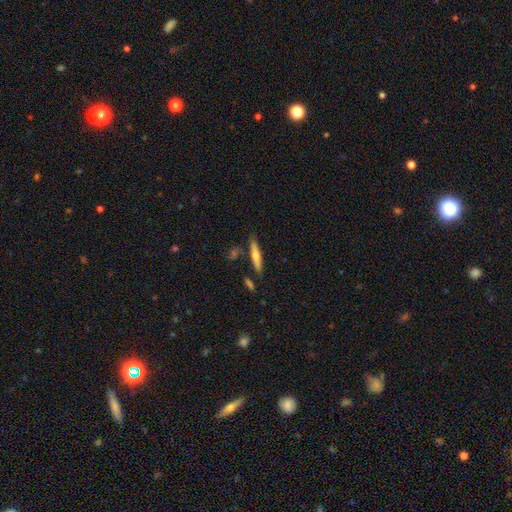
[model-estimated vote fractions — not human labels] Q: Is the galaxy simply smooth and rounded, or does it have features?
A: smooth — 51%.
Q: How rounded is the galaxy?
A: cigar-shaped — 87%.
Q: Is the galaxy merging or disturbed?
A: none — 80%.